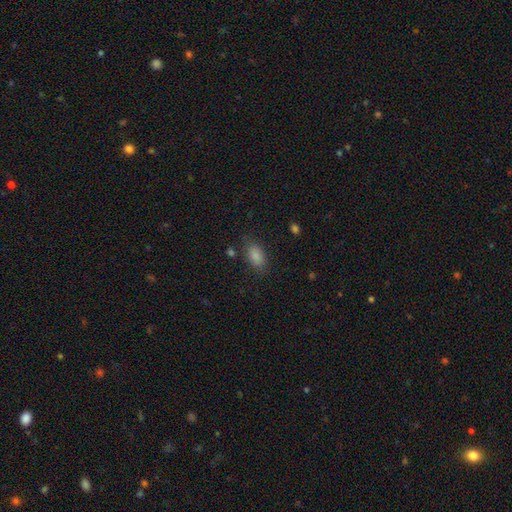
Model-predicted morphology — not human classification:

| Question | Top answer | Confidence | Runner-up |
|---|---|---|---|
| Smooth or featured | smooth | 86% | star or artifact (9%) |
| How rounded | in between | 91% | round (6%) |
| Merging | none | 80% | minor disturbance (13%) |